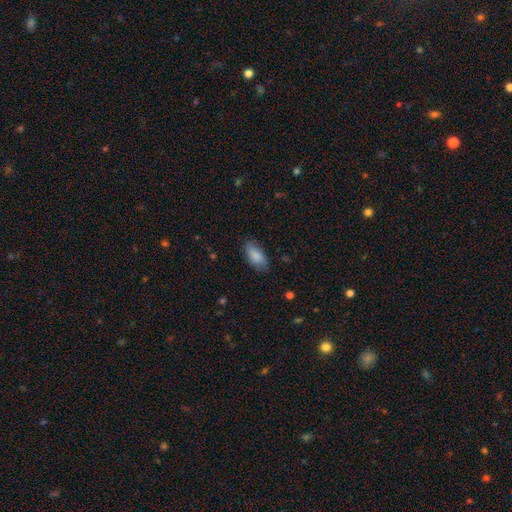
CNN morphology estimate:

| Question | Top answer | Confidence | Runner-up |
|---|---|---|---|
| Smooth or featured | smooth | 87% | featured or disk (6%) |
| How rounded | in between | 90% | cigar-shaped (8%) |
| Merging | none | 81% | minor disturbance (15%) |